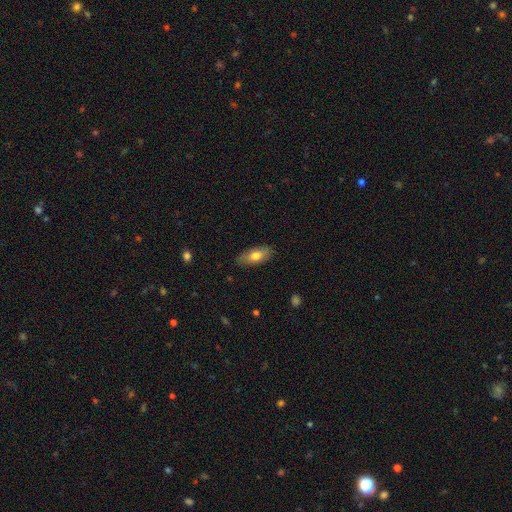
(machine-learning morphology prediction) A smooth galaxy with no disk features (73%) that is in between round and cigar-shaped (83%).

Vote fractions:
- Smooth or featured? smooth: 73% / featured or disk: 20% / star or artifact: 6%
- How rounded? in between: 83% / cigar-shaped: 14% / round: 3%
- Merging? none: 85% / minor disturbance: 12% / major disturbance: 2% / merger: 1%